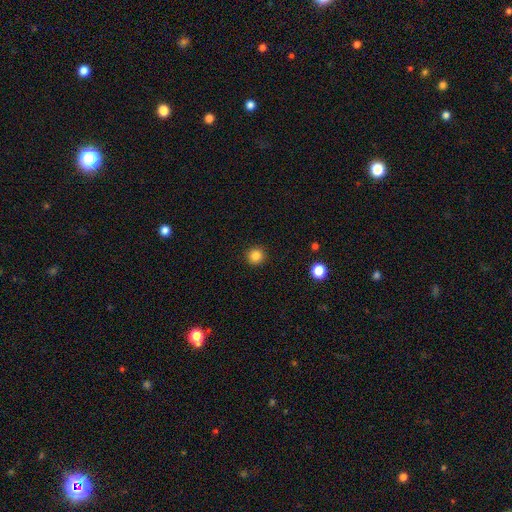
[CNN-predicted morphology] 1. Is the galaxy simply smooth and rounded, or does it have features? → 84% smooth, 12% star or artifact, 4% featured or disk.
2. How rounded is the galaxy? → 95% round, 4% in between, 1% cigar-shaped.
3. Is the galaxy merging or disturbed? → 93% none, 5% minor disturbance, 2% major disturbance, 1% merger.